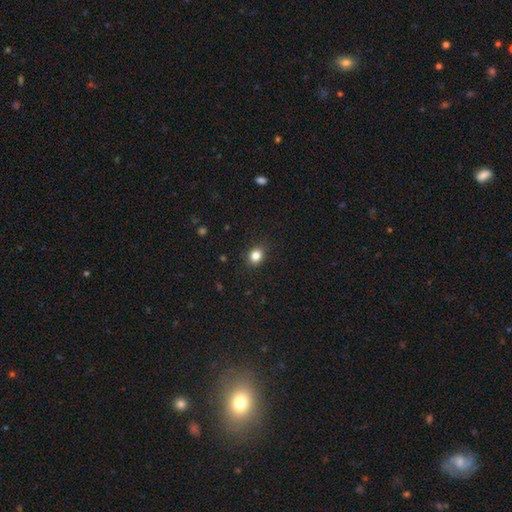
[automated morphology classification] smooth-or-featured: smooth: 83% | star or artifact: 11% | featured or disk: 5%
  how-rounded: round: 65% | in between: 34% | cigar-shaped: 1%
  merging: none: 88% | minor disturbance: 9% | major disturbance: 2% | merger: 1%